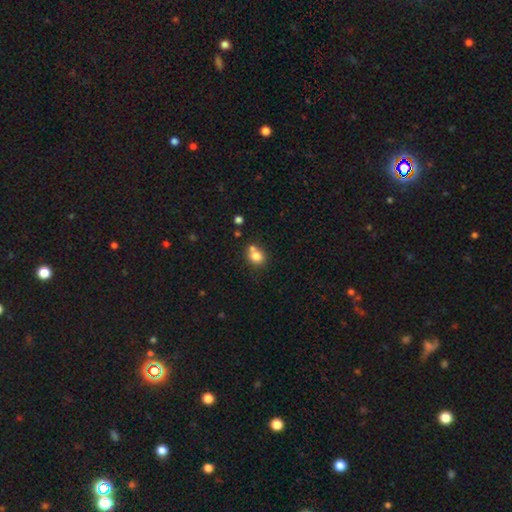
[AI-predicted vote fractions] smooth 78%, star or artifact 11%, featured or disk 11%. Down the decision tree: how rounded — round (70%); merging — none (49%).